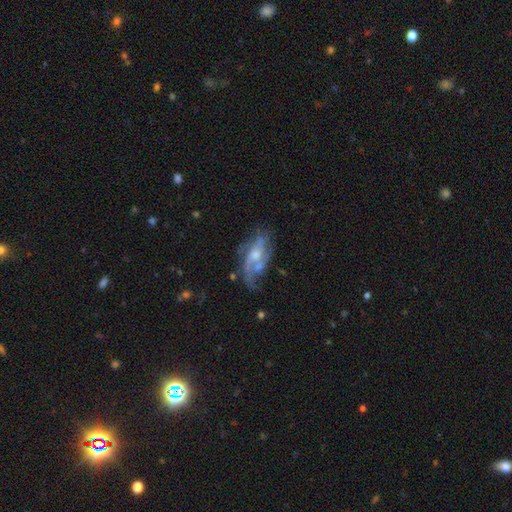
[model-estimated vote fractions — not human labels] smooth_or_featured: featured or disk (p=0.79) [alt: smooth p=0.14]
disk_edge_on: no (p=0.92) [alt: yes p=0.08]
bar: no (p=0.60) [alt: weak p=0.32]
has_spiral_arms: yes (p=0.85) [alt: no p=0.15]
spiral_winding: medium (p=0.42) [alt: loose p=0.38]
spiral_arm_count: 2 (p=0.35) [alt: can't tell p=0.24]
bulge_size: moderate (p=0.54) [alt: small p=0.31]
merging: none (p=0.42) [alt: major disturbance p=0.27]